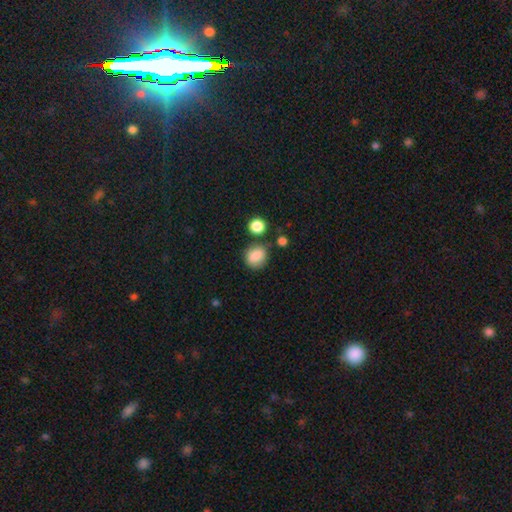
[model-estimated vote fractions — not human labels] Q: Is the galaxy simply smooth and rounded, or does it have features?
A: smooth — 85%.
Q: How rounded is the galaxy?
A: round — 61%.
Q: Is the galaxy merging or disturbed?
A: none — 71%.